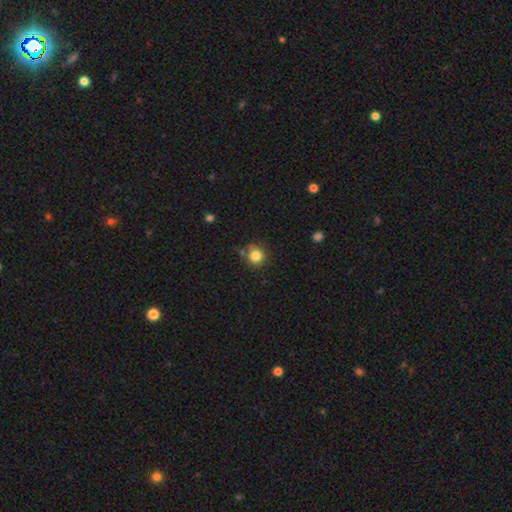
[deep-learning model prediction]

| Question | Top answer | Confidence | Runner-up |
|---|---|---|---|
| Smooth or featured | smooth | 83% | star or artifact (11%) |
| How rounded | round | 92% | in between (7%) |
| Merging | none | 75% | minor disturbance (13%) |